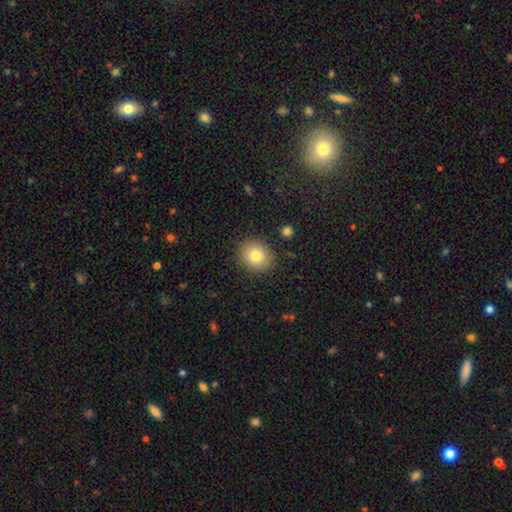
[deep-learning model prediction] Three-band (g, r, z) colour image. It shows a smooth galaxy with no disk features (81%) that is round (70%). Merging: none (87%).